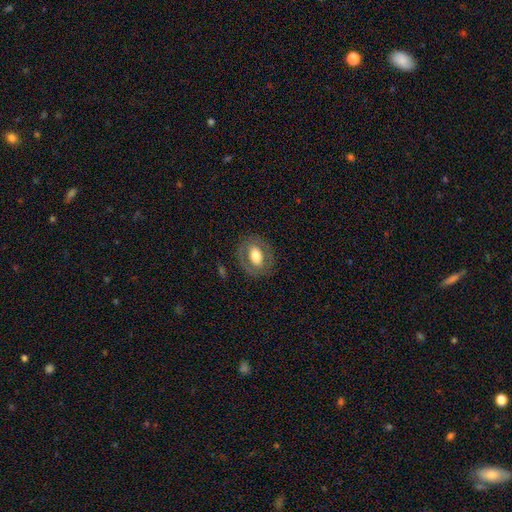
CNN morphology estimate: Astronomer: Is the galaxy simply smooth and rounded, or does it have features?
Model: smooth — 51% (runner-up: featured or disk, 42%).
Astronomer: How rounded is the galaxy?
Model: in between — 66%.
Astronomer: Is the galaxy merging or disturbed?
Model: none — 80%.